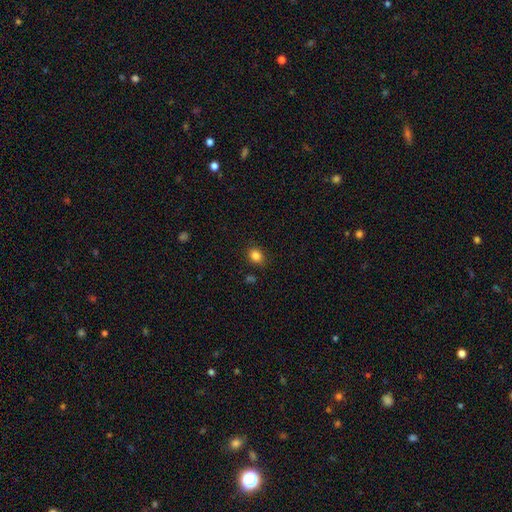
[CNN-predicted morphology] type=smooth (84%); roundness=round (57%); merging=none (87%).